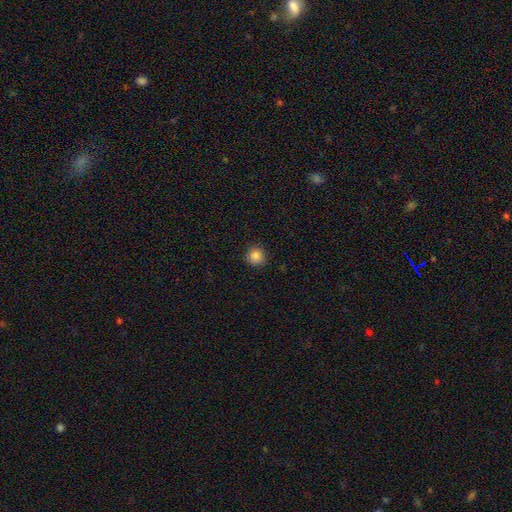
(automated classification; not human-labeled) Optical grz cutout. It shows a smooth galaxy with no disk features (85%) that is round (94%). Merging: none (90%).